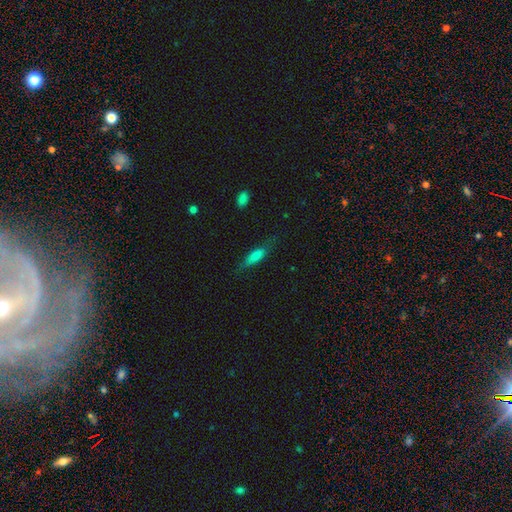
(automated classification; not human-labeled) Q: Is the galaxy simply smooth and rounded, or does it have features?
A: smooth — 70%.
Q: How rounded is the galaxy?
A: cigar-shaped — 57%.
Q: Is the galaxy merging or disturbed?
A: none — 71%.